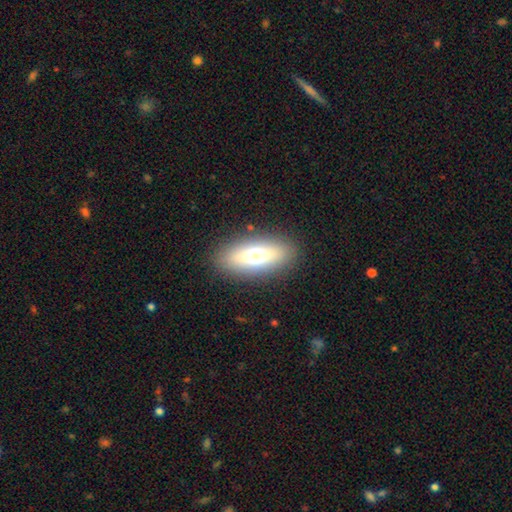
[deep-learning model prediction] Smooth or featured? smooth (66%)
How rounded? in between (74%)
Merging? none (87%)